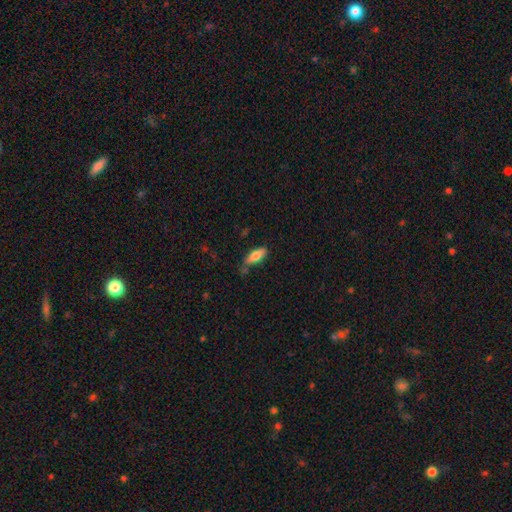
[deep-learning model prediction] This appears to be a smooth galaxy with no disk features (75%) that is in between round and cigar-shaped (68%). Merging: none (68%).